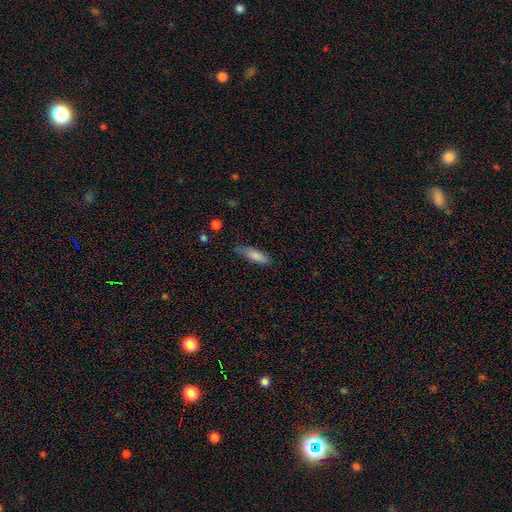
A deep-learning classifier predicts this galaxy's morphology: type=smooth (84%); roundness=in between (61%); merging=none (66%).